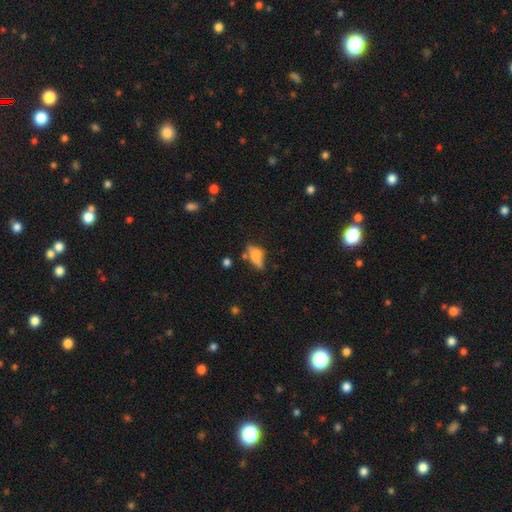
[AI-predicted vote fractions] smooth_or_featured: smooth (p=0.58) [alt: featured or disk p=0.31]
how_rounded: in between (p=0.66) [alt: cigar-shaped p=0.28]
merging: none (p=0.47) [alt: minor disturbance p=0.26]